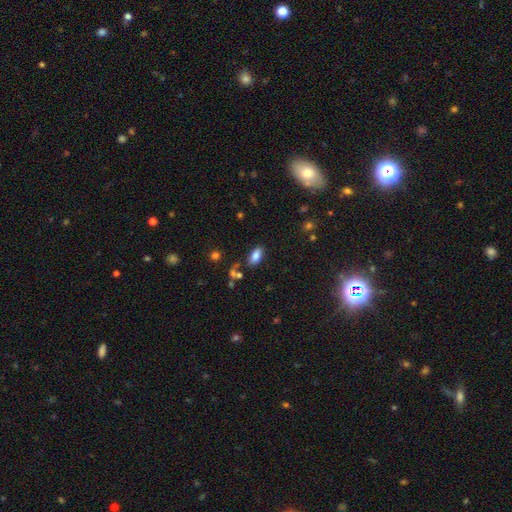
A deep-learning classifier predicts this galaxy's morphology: smooth-or-featured: smooth: 82% | star or artifact: 10% | featured or disk: 8%
  how-rounded: in between: 91% | cigar-shaped: 6% | round: 3%
  merging: none: 79% | minor disturbance: 13% | merger: 5% | major disturbance: 3%